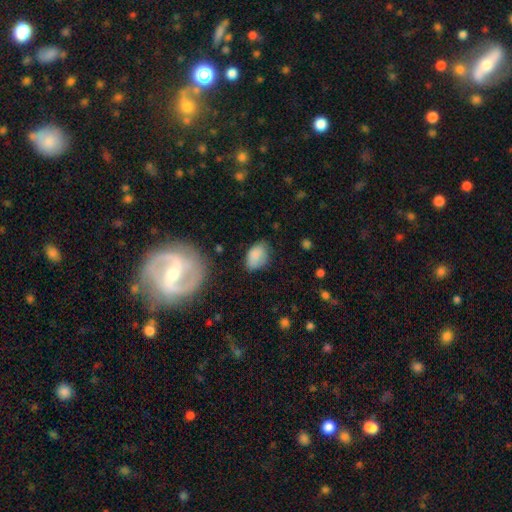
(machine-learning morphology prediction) This appears to be a smooth galaxy with no disk features (84%) that is in between round and cigar-shaped (85%). Merging: none (64%).